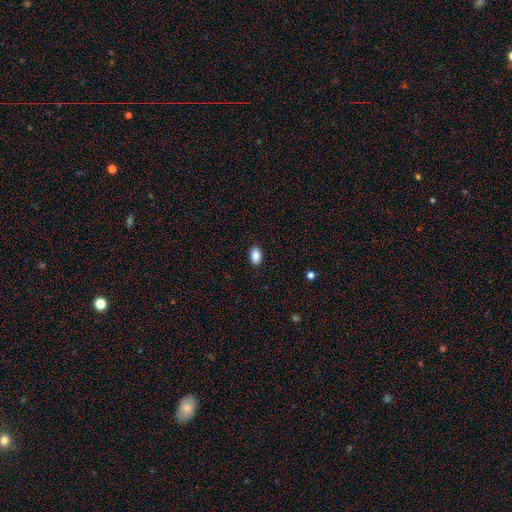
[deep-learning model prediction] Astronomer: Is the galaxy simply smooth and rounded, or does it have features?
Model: smooth — 89%.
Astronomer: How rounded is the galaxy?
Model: in between — 89%.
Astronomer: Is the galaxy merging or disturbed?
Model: none — 89%.